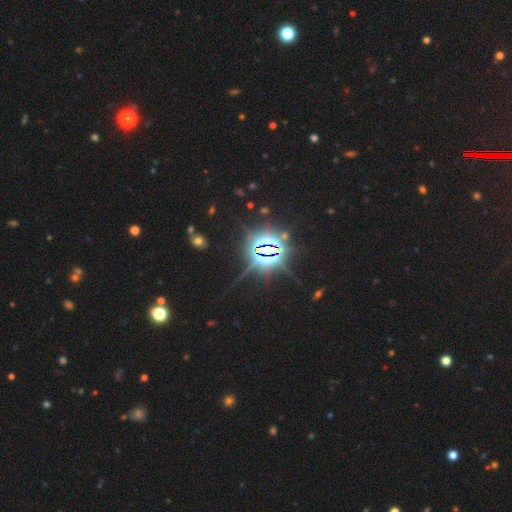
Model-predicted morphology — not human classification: A star or artifact, not a galaxy (84%).

Vote fractions:
- Smooth or featured? star or artifact: 84% / featured or disk: 8% / smooth: 8%